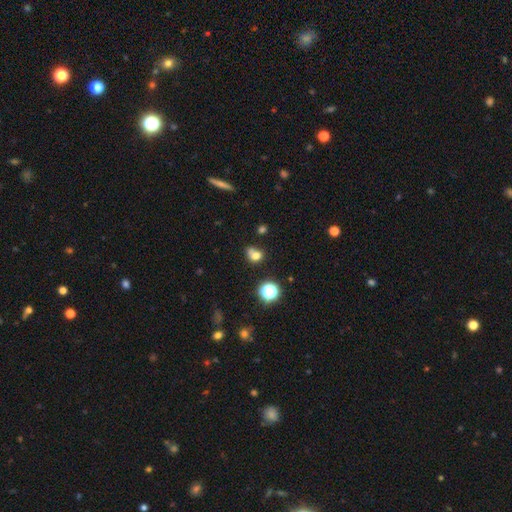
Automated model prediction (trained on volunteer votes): A smooth galaxy with no disk features (70%) that is round (65%).

Vote fractions:
- Smooth or featured? smooth: 70% / star or artifact: 17% / featured or disk: 13%
- How rounded? round: 65% / in between: 34% / cigar-shaped: 1%
- Merging? none: 42% / merger: 37% / minor disturbance: 14% / major disturbance: 7%